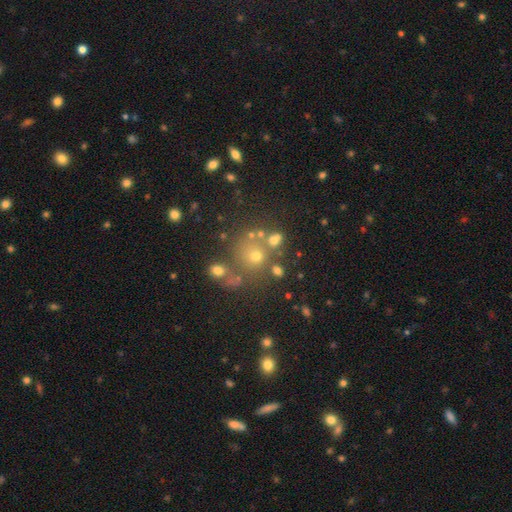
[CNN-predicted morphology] Smooth or featured: smooth — 54% (star or artifact — 32%)
How rounded: round — 86% (in between — 13%)
Merging: none — 65% (merger — 19%)